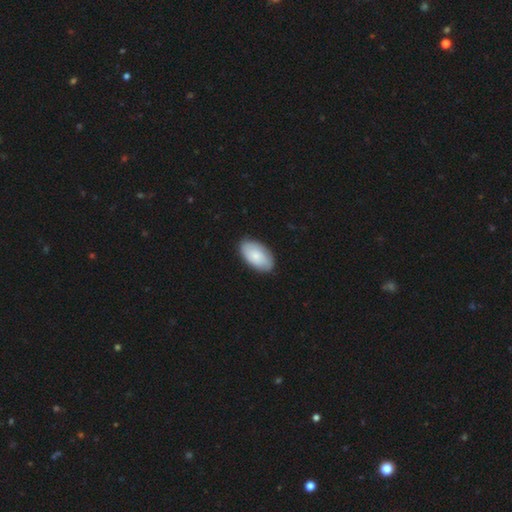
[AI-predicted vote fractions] A smooth galaxy with no disk features (71%) that is in between round and cigar-shaped (95%). Merging: none (85%).